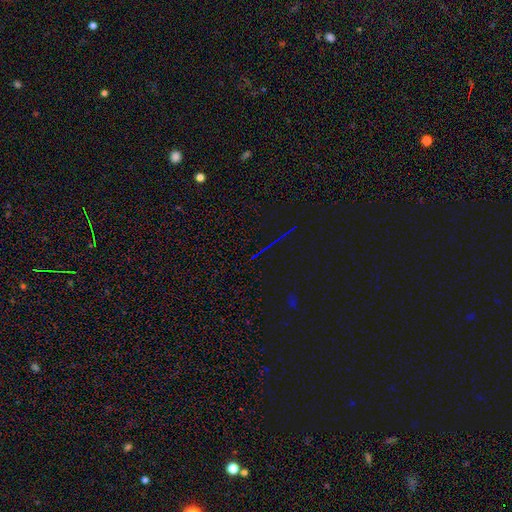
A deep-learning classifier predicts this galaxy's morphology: Smooth or featured? Predicted: star or artifact (p=0.82).